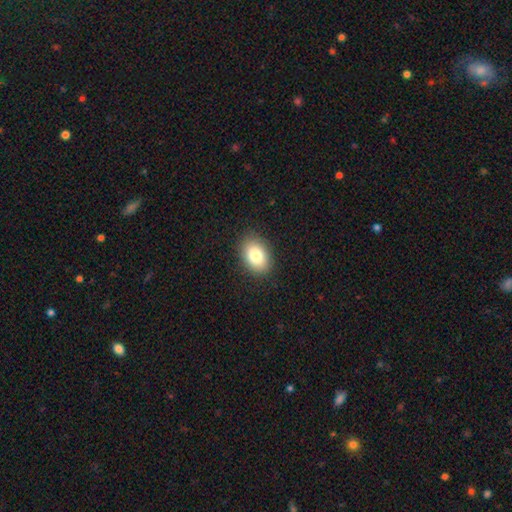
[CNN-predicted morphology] This appears to be a smooth galaxy with no disk features (83%) that is in between round and cigar-shaped (82%). Merging: none (88%).